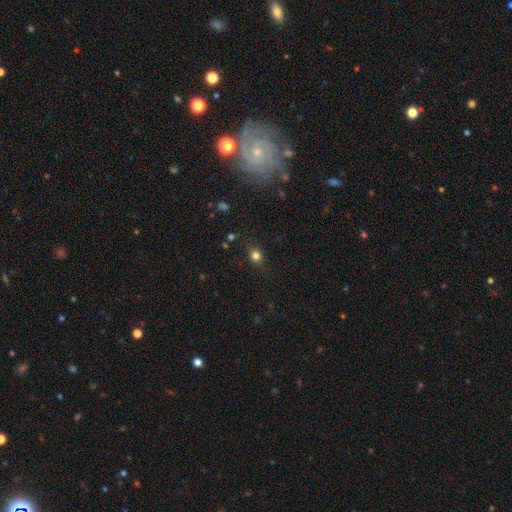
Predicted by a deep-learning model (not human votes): A smooth galaxy with no disk features (79%) that is round (62%). Merging: none (83%).